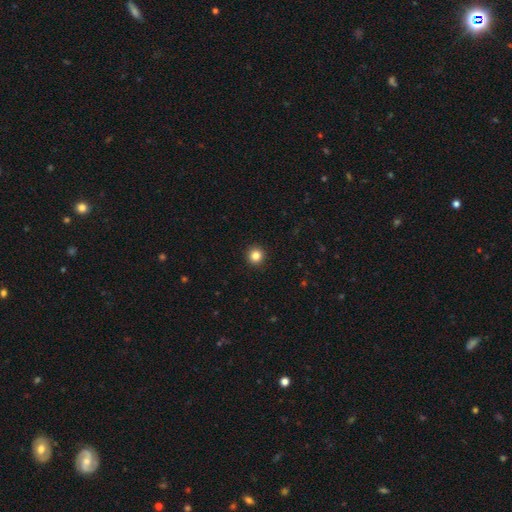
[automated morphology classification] This is clearly a smooth galaxy (84%). How rounded: clearly round (95%). Merging: clearly none (94%).